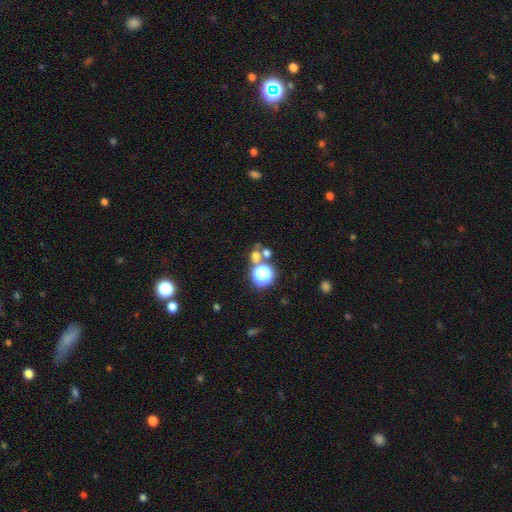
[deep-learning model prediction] A smooth galaxy with no disk features (54%) that is round (76%). Merging: none (54%).